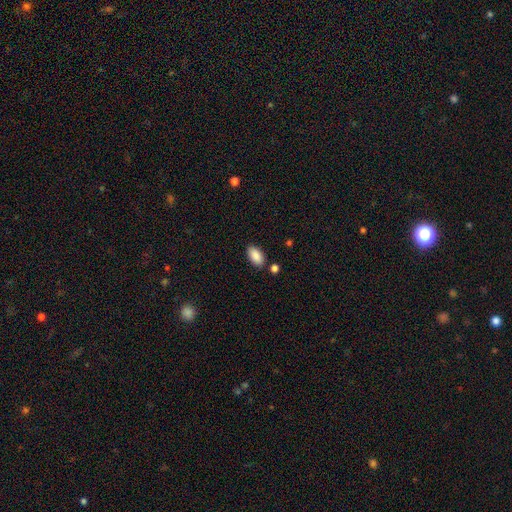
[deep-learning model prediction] Smooth or featured? Predicted: smooth (p=0.89). How rounded? Predicted: in between (p=0.94). Merging? Predicted: none (p=0.83).